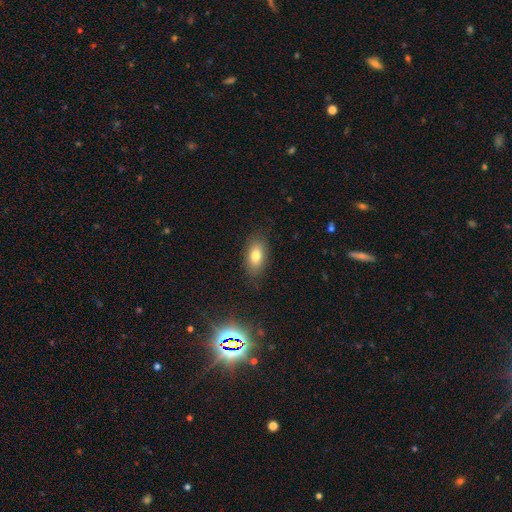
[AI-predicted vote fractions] A smooth galaxy with no disk features (78%) that is in between round and cigar-shaped (87%).

Vote fractions:
- Smooth or featured? smooth: 78% / featured or disk: 13% / star or artifact: 9%
- How rounded? in between: 87% / round: 7% / cigar-shaped: 6%
- Merging? none: 83% / minor disturbance: 12% / major disturbance: 3% / merger: 1%